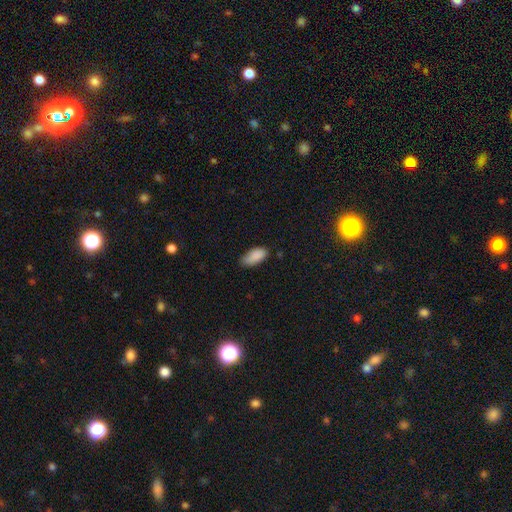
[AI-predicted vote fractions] smooth-or-featured: smooth: 88% | star or artifact: 7% | featured or disk: 5%
  how-rounded: in between: 90% | cigar-shaped: 8% | round: 2%
  merging: none: 66% | minor disturbance: 28% | major disturbance: 4% | merger: 2%